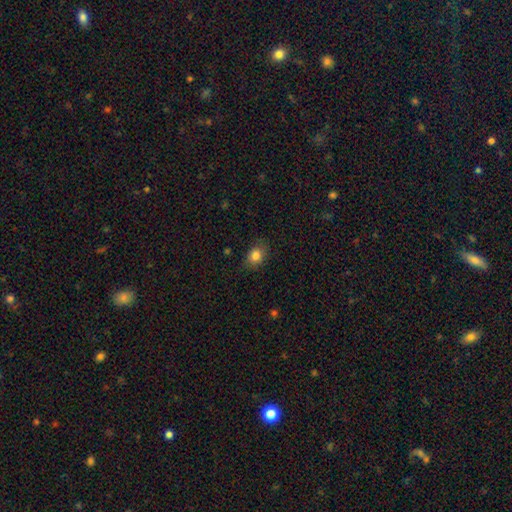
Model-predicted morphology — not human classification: This appears to be a smooth galaxy with no disk features (84%) that is in between round and cigar-shaped (53%). Merging: none (81%).